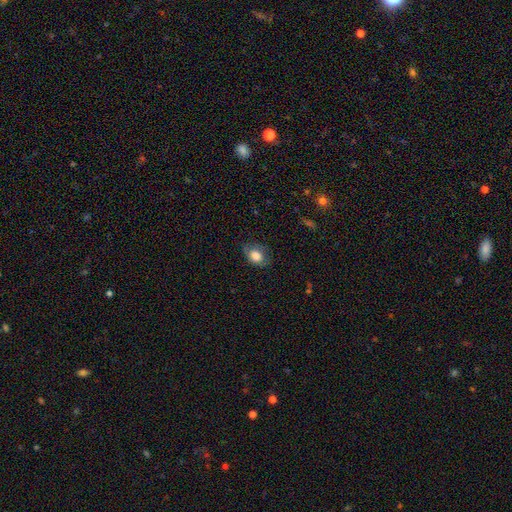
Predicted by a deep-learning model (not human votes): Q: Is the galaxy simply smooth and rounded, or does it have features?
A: smooth — 78%.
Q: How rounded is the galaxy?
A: in between — 66%.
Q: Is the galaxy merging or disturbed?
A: none — 62%.